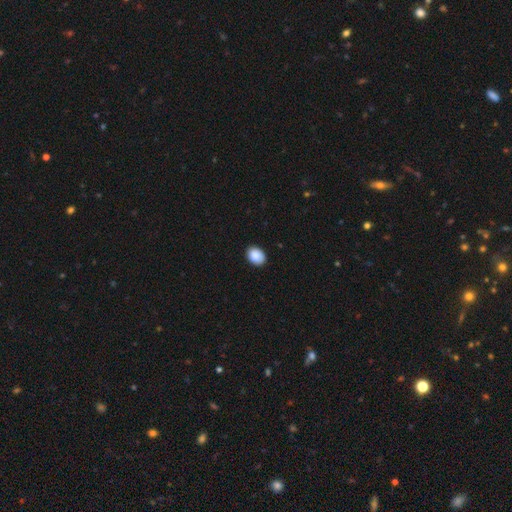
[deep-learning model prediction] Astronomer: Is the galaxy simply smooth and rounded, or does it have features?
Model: smooth — 90%.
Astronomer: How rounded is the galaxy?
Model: in between — 68%.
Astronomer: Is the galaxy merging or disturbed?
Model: none — 90%.